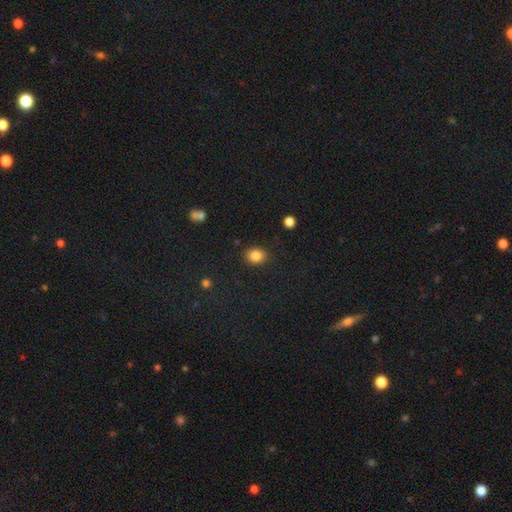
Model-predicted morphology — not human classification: type=smooth (85%); roundness=round (64%); merging=none (86%).